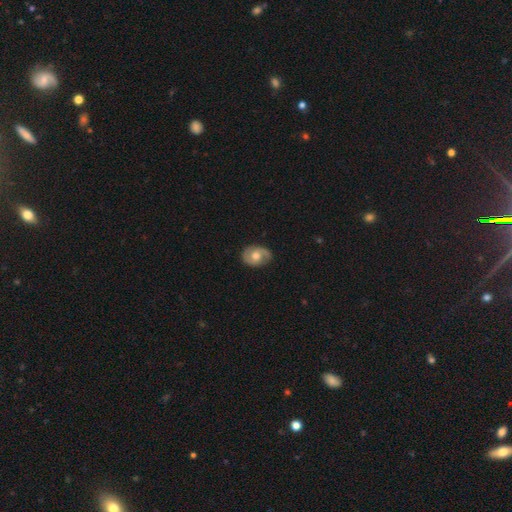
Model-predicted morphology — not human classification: A featured or disk galaxy (59%) with no bar (71%), spiral arms (83%) and a moderate central bulge (75%). Merging: none (77%).